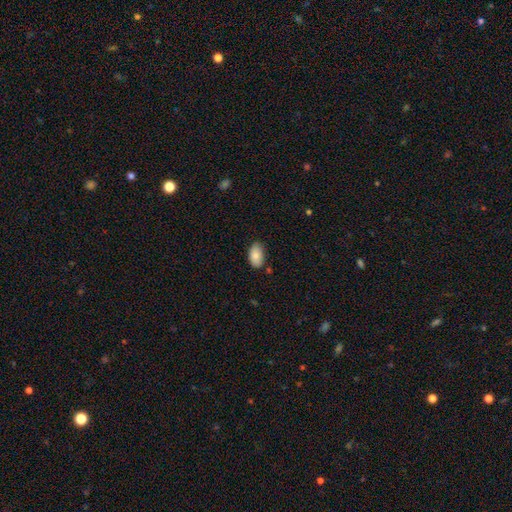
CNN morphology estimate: Smooth or featured?
  - smooth: 84% *
  - featured or disk: 9%
  - star or artifact: 7%
How rounded?
  - in between: 93% *
  - round: 5%
  - cigar-shaped: 1%
Merging?
  - none: 75% *
  - minor disturbance: 19%
  - major disturbance: 3%
  - merger: 3%